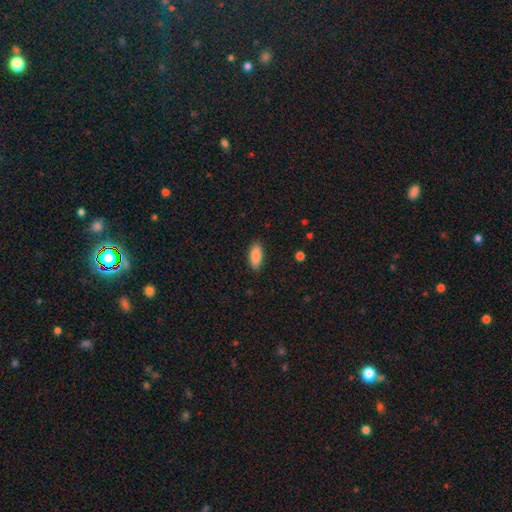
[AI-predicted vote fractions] A smooth galaxy with no disk features (89%) that is in between round and cigar-shaped (84%).

Vote fractions:
- Smooth or featured? smooth: 89% / star or artifact: 6% / featured or disk: 5%
- How rounded? in between: 84% / cigar-shaped: 14% / round: 2%
- Merging? none: 88% / minor disturbance: 9% / major disturbance: 2% / merger: 1%